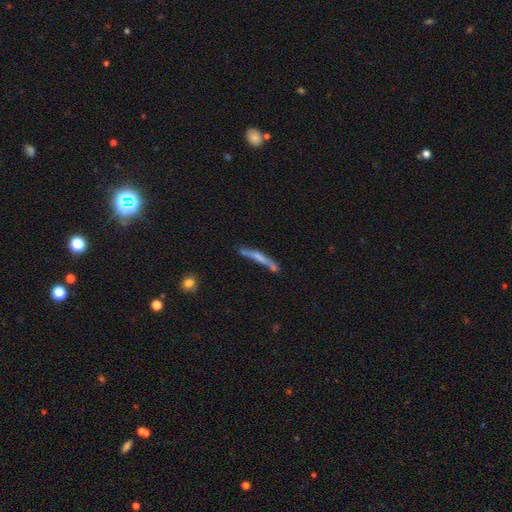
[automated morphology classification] type=featured or disk (49%); merging=none (67%).